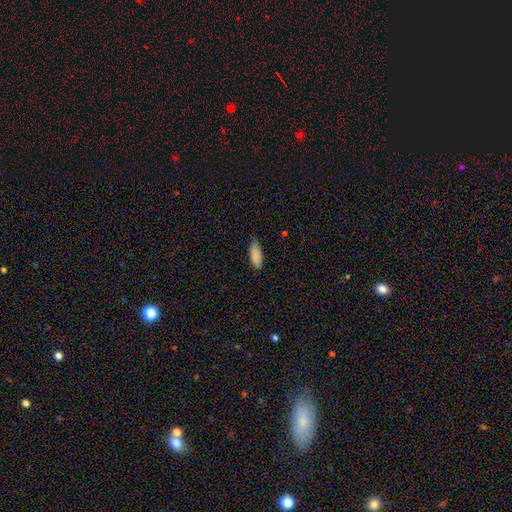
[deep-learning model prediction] This appears to be a smooth galaxy with no disk features (86%) that is in between round and cigar-shaped (73%). Merging: none (63%).